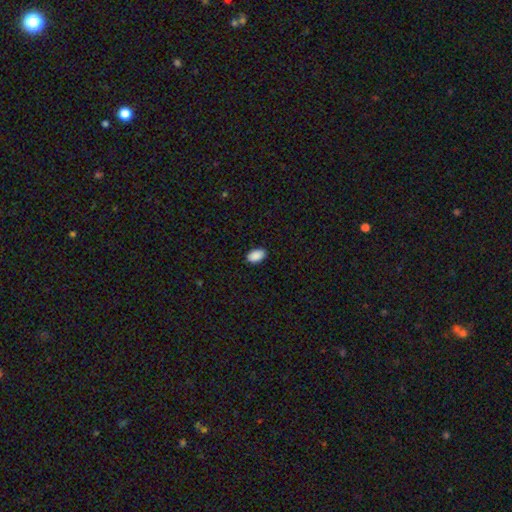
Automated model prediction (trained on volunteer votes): Morphology: type=smooth (90%); roundness=in between (93%); merging=none (89%).